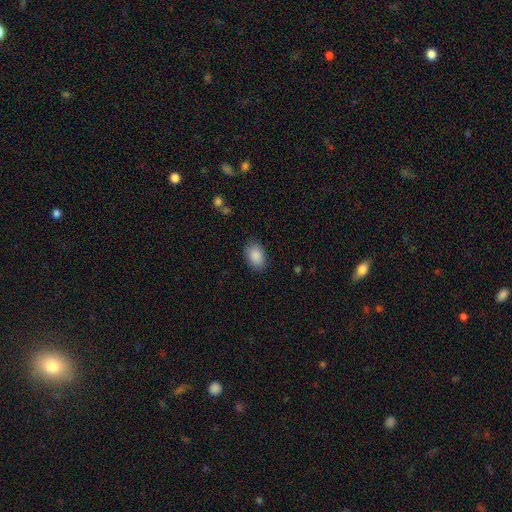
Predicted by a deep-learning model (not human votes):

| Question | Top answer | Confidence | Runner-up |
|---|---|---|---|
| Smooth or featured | smooth | 89% | star or artifact (7%) |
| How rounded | in between | 87% | round (12%) |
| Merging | none | 85% | minor disturbance (11%) |